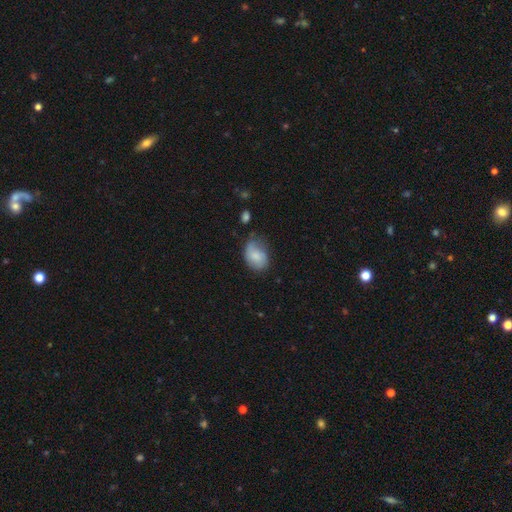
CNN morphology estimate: Smooth or featured? Predicted: smooth (p=0.75). How rounded? Predicted: in between (p=0.78). Merging? Predicted: none (p=0.50).